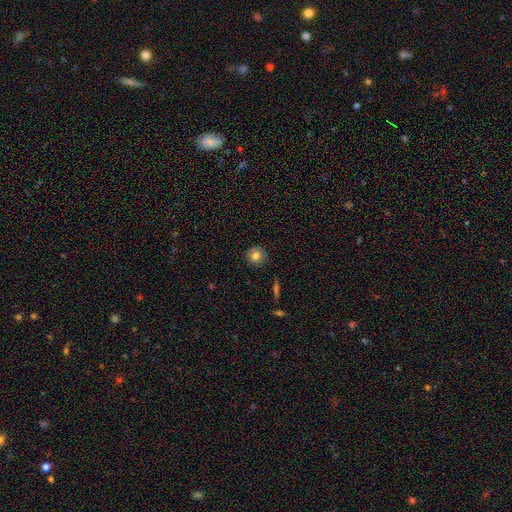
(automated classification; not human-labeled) A smooth galaxy with no disk features (78%) that is round (93%).

Vote fractions:
- Smooth or featured? smooth: 78% / featured or disk: 13% / star or artifact: 10%
- How rounded? round: 93% / in between: 6% / cigar-shaped: 1%
- Merging? none: 88% / minor disturbance: 9% / major disturbance: 2% / merger: 1%